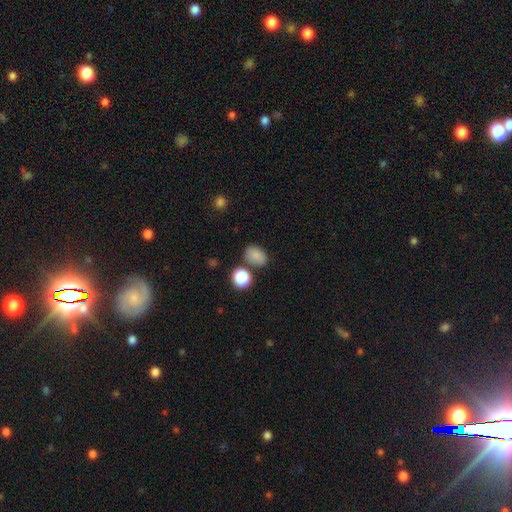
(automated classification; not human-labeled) smooth-or-featured: smooth: 83% | star or artifact: 11% | featured or disk: 6%
  how-rounded: in between: 75% | round: 24% | cigar-shaped: 1%
  merging: none: 73% | minor disturbance: 14% | merger: 9% | major disturbance: 4%